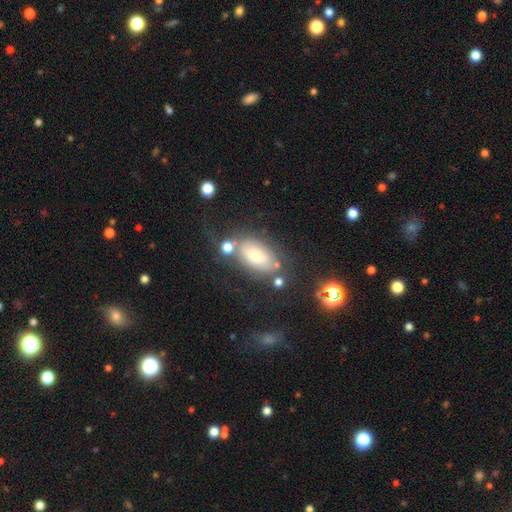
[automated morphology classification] Smooth or featured? Predicted: smooth (p=0.61). How rounded? Predicted: in between (p=0.89). Merging? Predicted: none (p=0.57).